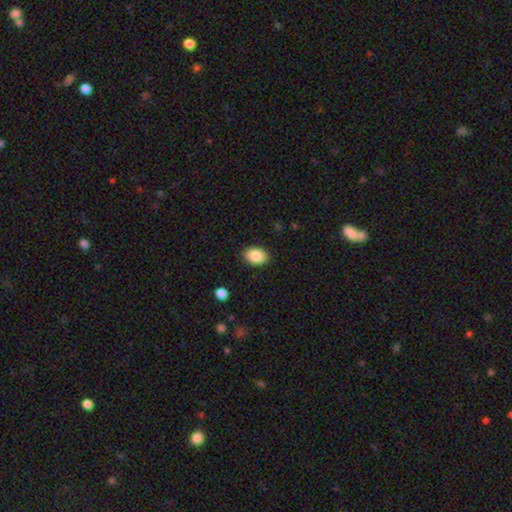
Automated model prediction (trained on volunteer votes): A smooth galaxy with no disk features (87%) that is in between round and cigar-shaped (77%).

Vote fractions:
- Smooth or featured? smooth: 87% / star or artifact: 8% / featured or disk: 5%
- How rounded? in between: 77% / round: 22% / cigar-shaped: 1%
- Merging? none: 89% / minor disturbance: 8% / major disturbance: 2% / merger: 1%